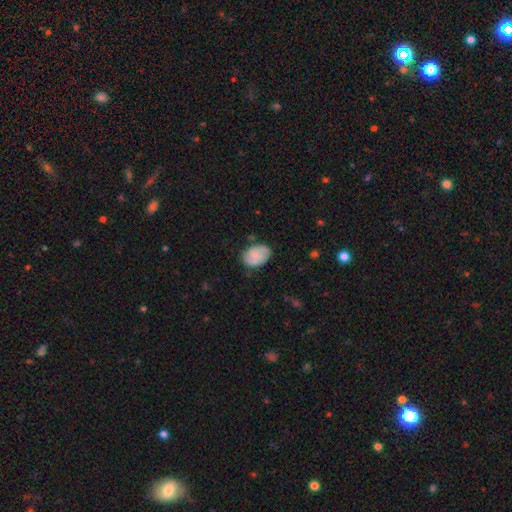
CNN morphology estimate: smooth 63%, featured or disk 29%, star or artifact 7%. Down the decision tree: how rounded — in between (80%); merging — none (72%).